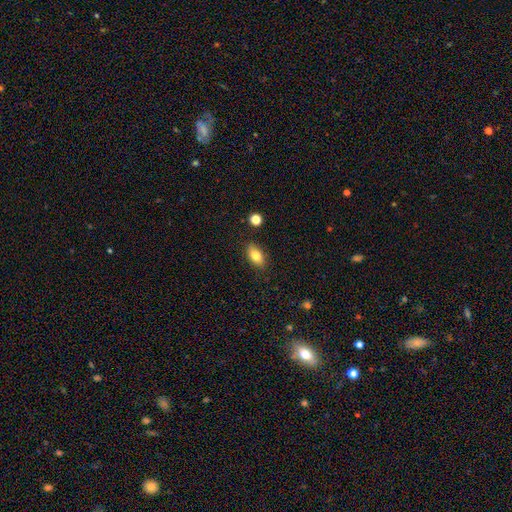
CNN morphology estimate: Smooth or featured: smooth — 80% (featured or disk — 11%)
How rounded: in between — 87% (round — 7%)
Merging: none — 85% (minor disturbance — 10%)